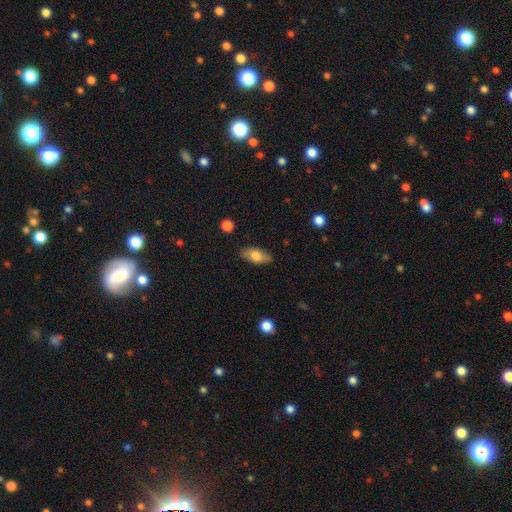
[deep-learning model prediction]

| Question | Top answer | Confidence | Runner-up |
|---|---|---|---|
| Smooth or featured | smooth | 72% | featured or disk (21%) |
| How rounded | in between | 86% | cigar-shaped (10%) |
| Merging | none | 82% | minor disturbance (14%) |